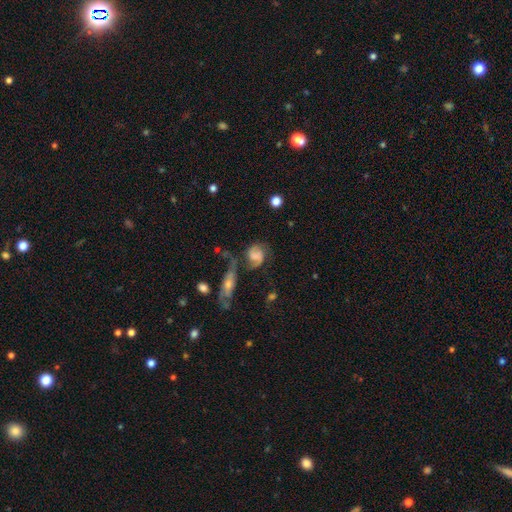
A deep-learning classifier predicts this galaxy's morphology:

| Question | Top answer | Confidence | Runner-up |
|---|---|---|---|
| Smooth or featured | featured or disk | 62% | smooth (29%) |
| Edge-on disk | no | 95% | yes (5%) |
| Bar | no | 48% | weak (38%) |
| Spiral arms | yes | 89% | no (11%) |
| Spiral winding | medium | 46% | loose (32%) |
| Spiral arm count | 2 | 84% | can't tell (6%) |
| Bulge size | none | 40% | moderate (22%) |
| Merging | none | 47% | minor disturbance (20%) |